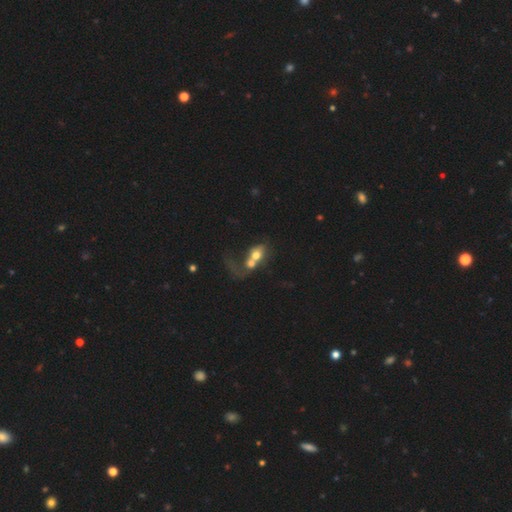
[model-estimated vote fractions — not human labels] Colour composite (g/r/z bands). It shows a smooth galaxy with no disk features (53%) that is in between round and cigar-shaped (53%). Merging: merger (74%).